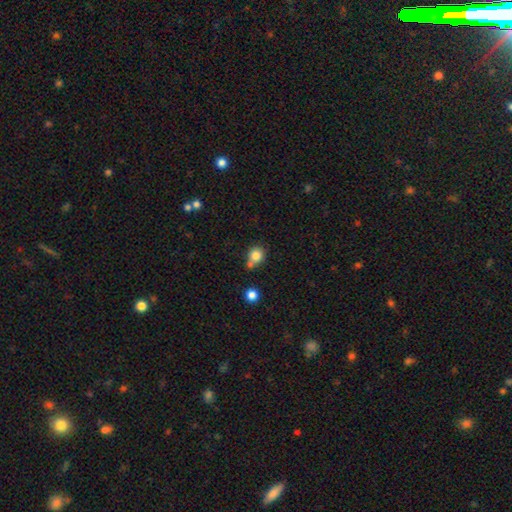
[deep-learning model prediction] A smooth galaxy with no disk features (81%) that is round (84%).

Vote fractions:
- Smooth or featured? smooth: 81% / star or artifact: 11% / featured or disk: 8%
- How rounded? round: 84% / in between: 15% / cigar-shaped: 1%
- Merging? none: 53% / merger: 29% / minor disturbance: 13% / major disturbance: 4%